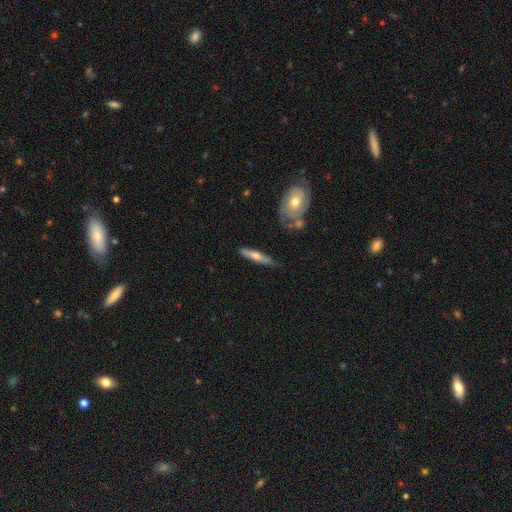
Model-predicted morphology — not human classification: The model was most divided on "smooth or featured": featured or disk: 53%, smooth: 41%, star or artifact: 6%. More confident: edge-on disk — yes (88%); merging — none (73%).